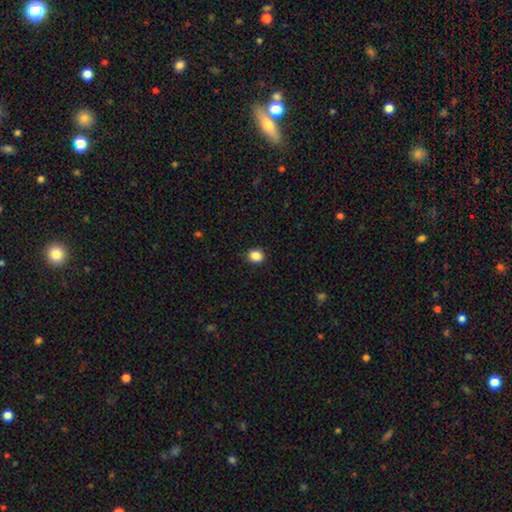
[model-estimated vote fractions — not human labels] Smooth or featured?
  - smooth: 87% *
  - star or artifact: 10%
  - featured or disk: 3%
How rounded?
  - round: 73% *
  - in between: 26%
  - cigar-shaped: 1%
Merging?
  - none: 89% *
  - minor disturbance: 8%
  - major disturbance: 2%
  - merger: 1%